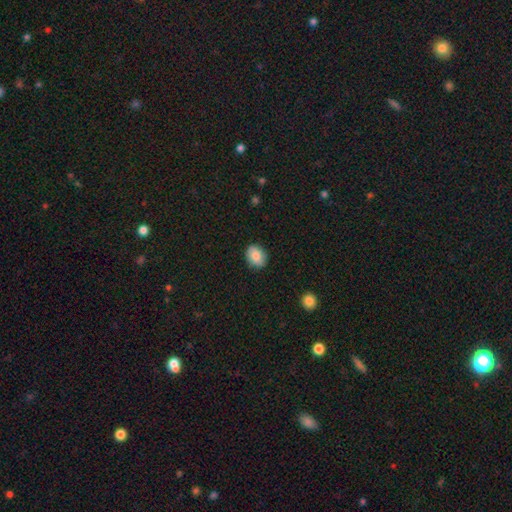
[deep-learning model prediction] Smooth or featured?
  - smooth: 84% *
  - featured or disk: 8%
  - star or artifact: 7%
How rounded?
  - in between: 54% *
  - round: 45%
  - cigar-shaped: 1%
Merging?
  - none: 87% *
  - minor disturbance: 10%
  - major disturbance: 2%
  - merger: 1%